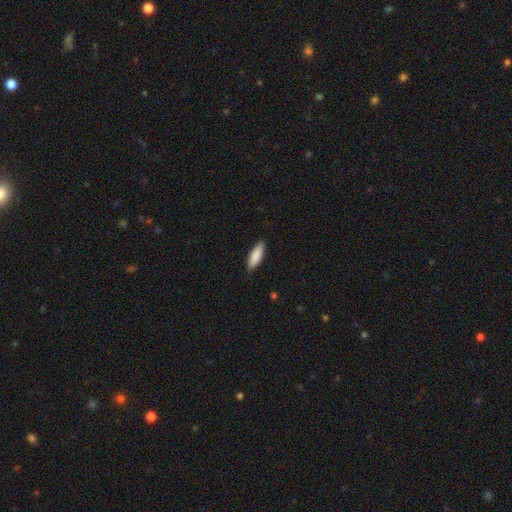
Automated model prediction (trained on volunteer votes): Smooth or featured? smooth (87%)
How rounded? in between (54%)
Merging? none (87%)